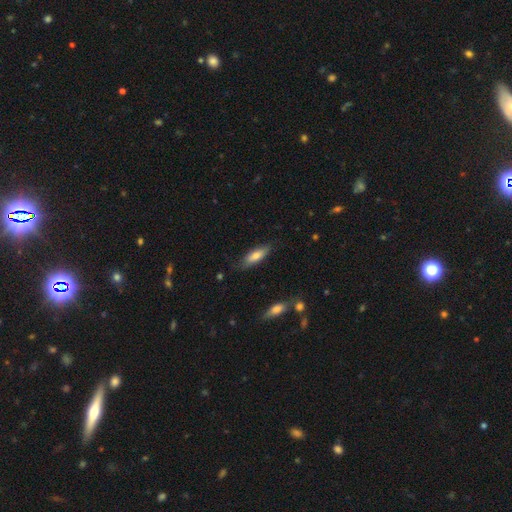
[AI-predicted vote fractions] This is likely a smooth galaxy (74%). How rounded: possibly in between (55%). Merging: likely none (76%).